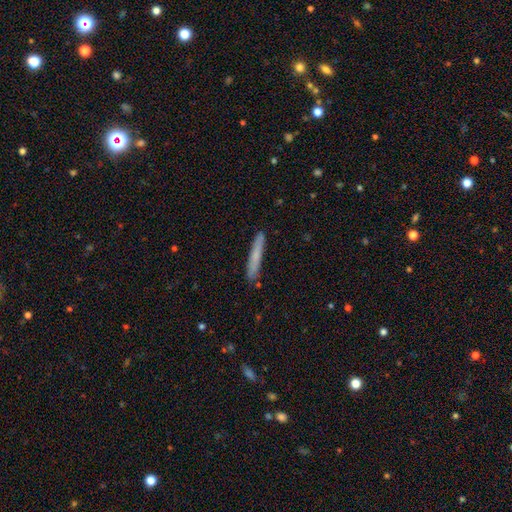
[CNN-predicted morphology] Smooth or featured: smooth — 69% (featured or disk — 25%)
How rounded: cigar-shaped — 95% (in between — 3%)
Merging: none — 88% (minor disturbance — 9%)